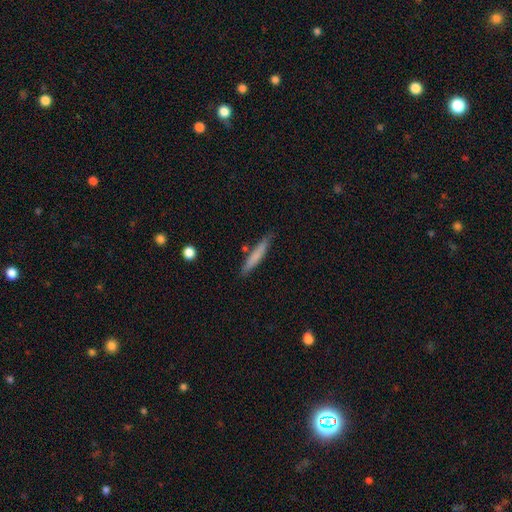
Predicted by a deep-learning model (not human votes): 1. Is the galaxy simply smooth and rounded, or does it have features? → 72% smooth, 22% featured or disk, 6% star or artifact.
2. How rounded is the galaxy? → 93% cigar-shaped, 5% in between, 1% round.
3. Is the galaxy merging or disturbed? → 82% none, 12% minor disturbance, 4% merger, 2% major disturbance.